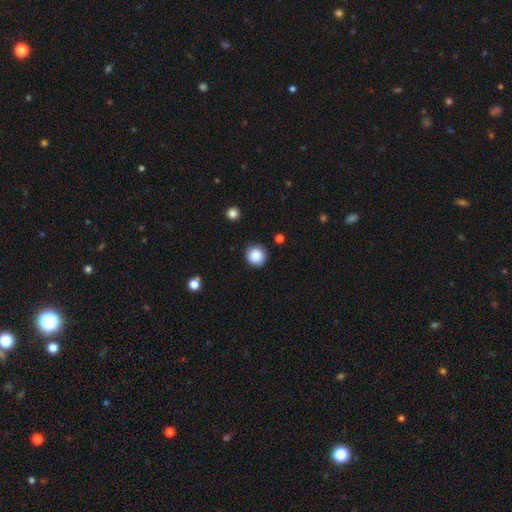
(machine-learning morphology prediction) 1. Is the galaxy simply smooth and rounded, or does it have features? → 87% smooth, 9% star or artifact, 4% featured or disk.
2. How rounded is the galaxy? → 94% round, 5% in between, 1% cigar-shaped.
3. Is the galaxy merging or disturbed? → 88% none, 8% minor disturbance, 2% major disturbance, 2% merger.